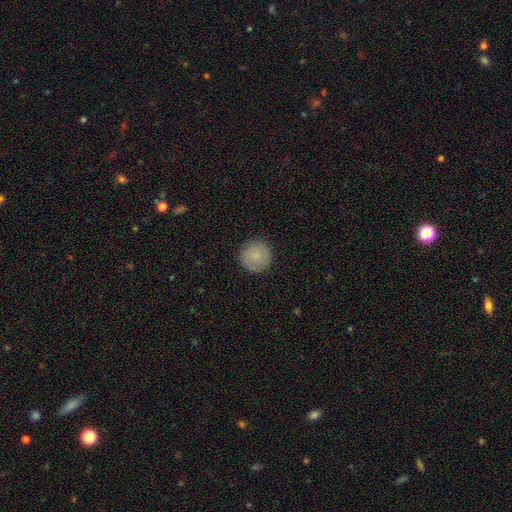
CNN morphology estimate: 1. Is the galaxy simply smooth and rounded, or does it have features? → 84% smooth, 9% featured or disk, 7% star or artifact.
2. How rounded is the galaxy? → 95% round, 4% in between, 1% cigar-shaped.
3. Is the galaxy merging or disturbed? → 90% none, 7% minor disturbance, 2% major disturbance, 1% merger.